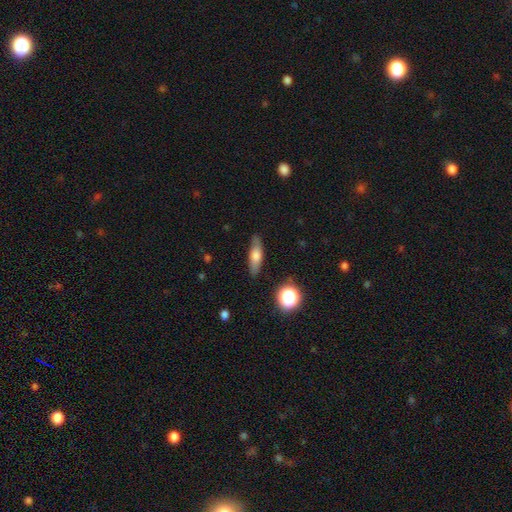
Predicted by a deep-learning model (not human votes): The model was most divided on "how rounded": cigar-shaped: 53%, in between: 42%, round: 5%. More confident: merging — none (84%); smooth or featured — smooth (60%).